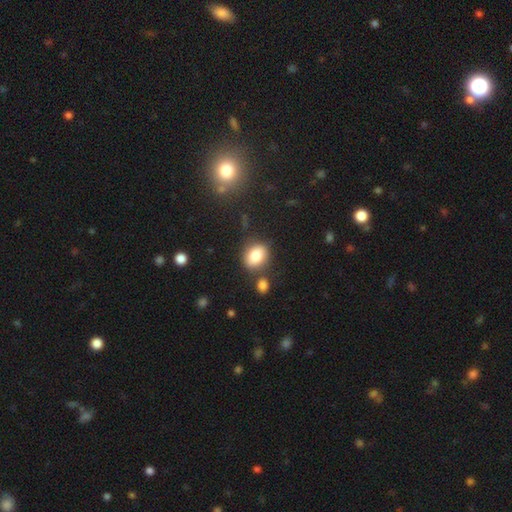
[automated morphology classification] Smooth or featured?
  - smooth: 80% *
  - featured or disk: 11%
  - star or artifact: 10%
How rounded?
  - in between: 53% *
  - round: 45%
  - cigar-shaped: 1%
Merging?
  - none: 73% *
  - minor disturbance: 13%
  - merger: 10%
  - major disturbance: 4%